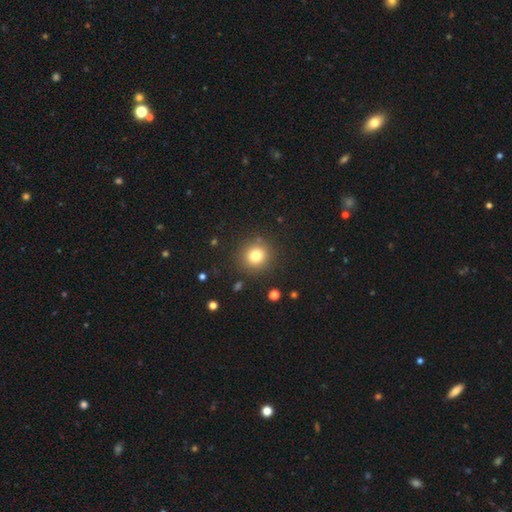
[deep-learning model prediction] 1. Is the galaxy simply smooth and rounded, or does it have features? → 78% smooth, 13% star or artifact, 8% featured or disk.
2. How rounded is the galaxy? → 92% round, 7% in between, 1% cigar-shaped.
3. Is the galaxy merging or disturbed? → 88% none, 7% minor disturbance, 3% major disturbance, 2% merger.